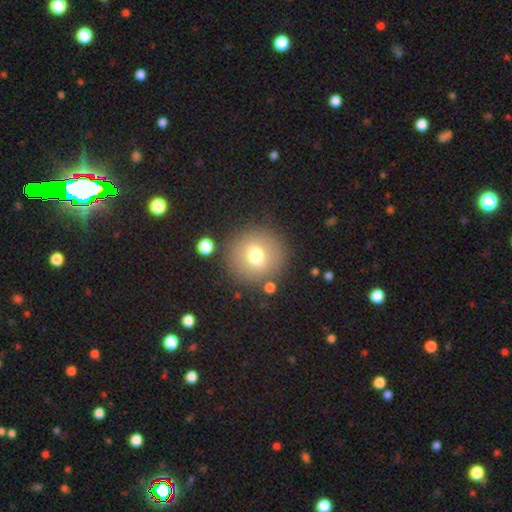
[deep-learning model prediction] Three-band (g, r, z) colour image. It shows a smooth galaxy with no disk features (69%) that is round (93%). Merging: none (84%).